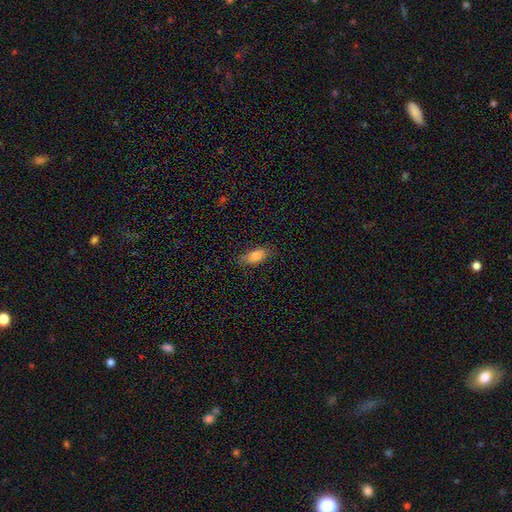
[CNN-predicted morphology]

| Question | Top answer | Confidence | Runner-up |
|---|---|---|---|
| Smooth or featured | smooth | 82% | featured or disk (10%) |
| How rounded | in between | 86% | cigar-shaped (10%) |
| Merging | none | 77% | minor disturbance (18%) |